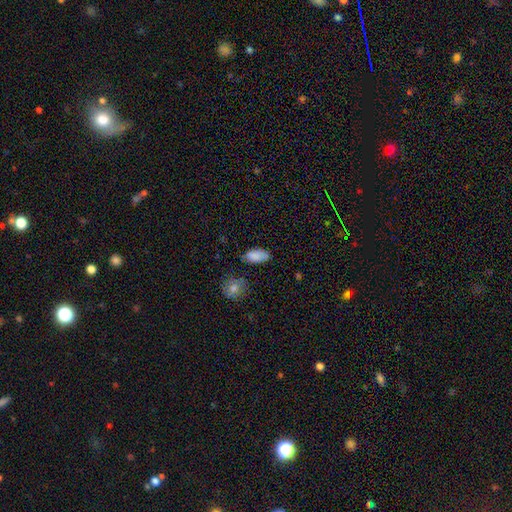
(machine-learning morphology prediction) type=smooth (85%); roundness=in between (93%); merging=none (74%).